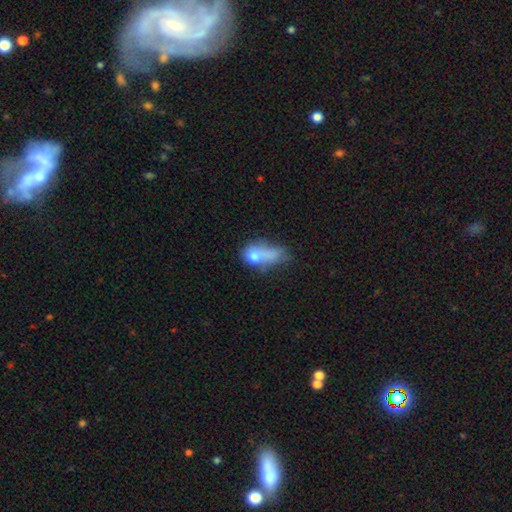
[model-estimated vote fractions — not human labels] This is likely a smooth galaxy (66%). How rounded: likely in between (67%). Merging: marginally merger (31%).